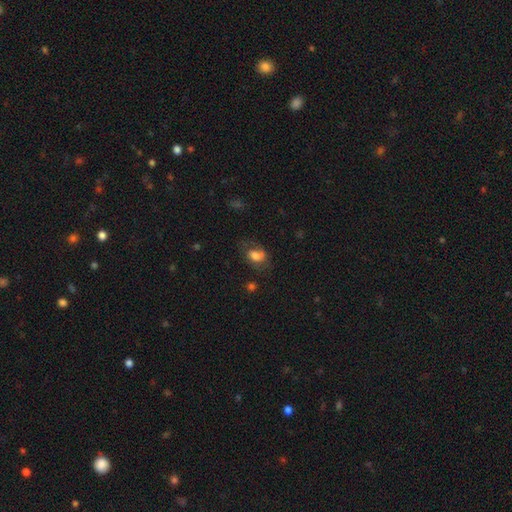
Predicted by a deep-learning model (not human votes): Morphology: type=smooth (64%); roundness=in between (77%); merging=none (51%).